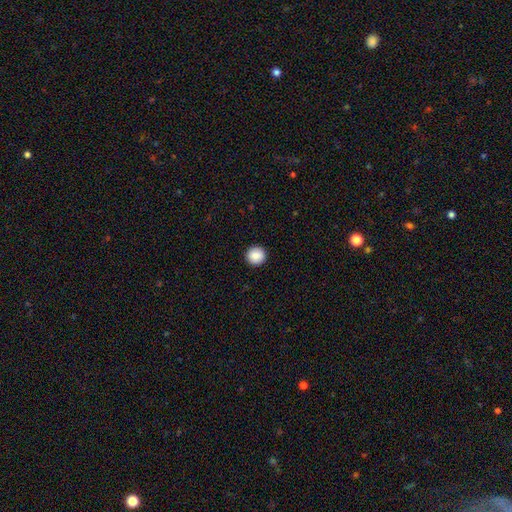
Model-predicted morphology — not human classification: Smooth or featured? smooth (89%)
How rounded? round (95%)
Merging? none (93%)